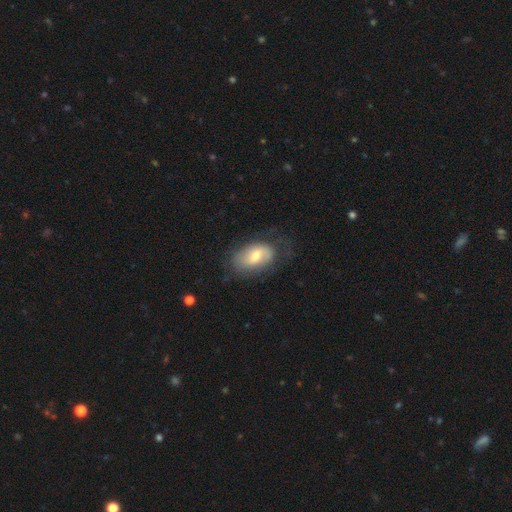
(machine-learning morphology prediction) smooth_or_featured: featured or disk (p=0.50) [alt: smooth p=0.43]
merging: none (p=0.60) [alt: minor disturbance p=0.25]